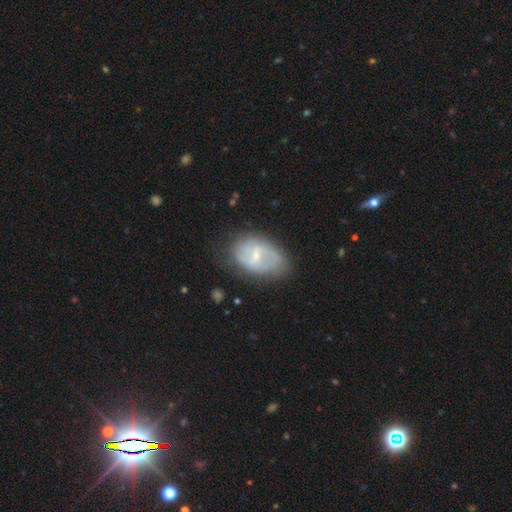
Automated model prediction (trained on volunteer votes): A featured or disk galaxy (59%) with a weak bar (56%), spiral arms (64%) and a small central bulge (59%). Merging: none (59%).